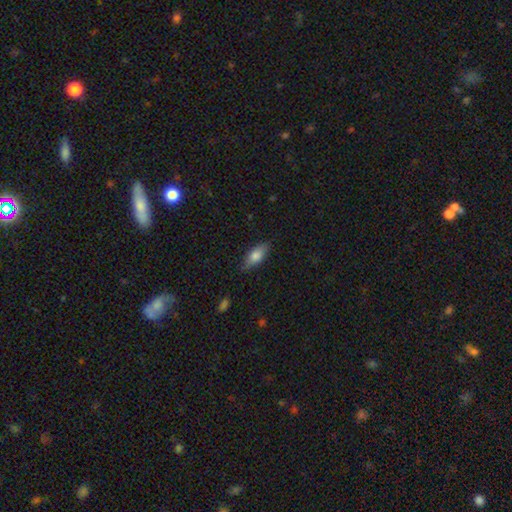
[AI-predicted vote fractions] Smooth or featured? smooth (76%)
How rounded? in between (79%)
Merging? none (81%)